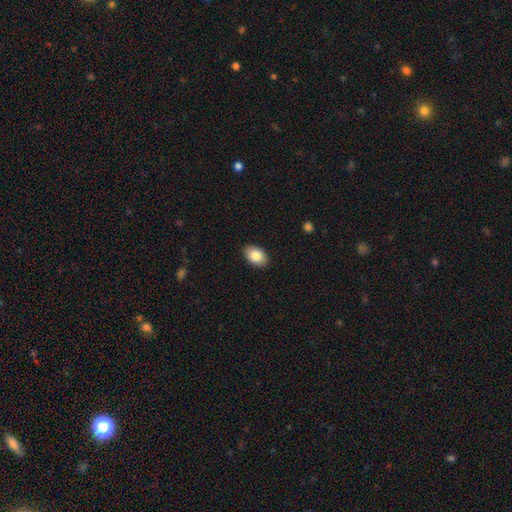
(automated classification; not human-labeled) This appears to be a smooth galaxy with no disk features (84%) that is in between round and cigar-shaped (87%). Merging: none (89%).